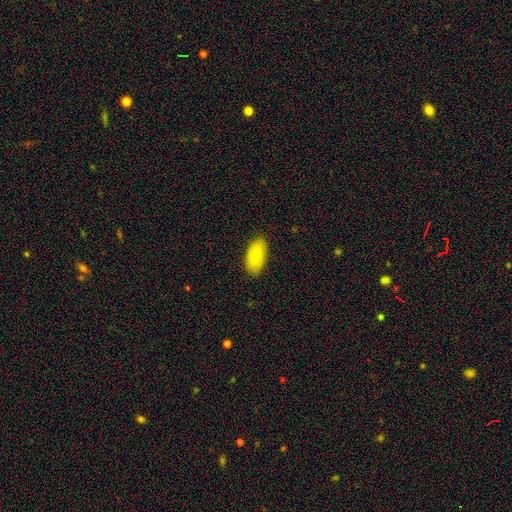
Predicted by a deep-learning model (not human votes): The model was most divided on "smooth or featured": smooth: 84%, featured or disk: 10%, star or artifact: 6%. More confident: how rounded — in between (91%); merging — none (88%).